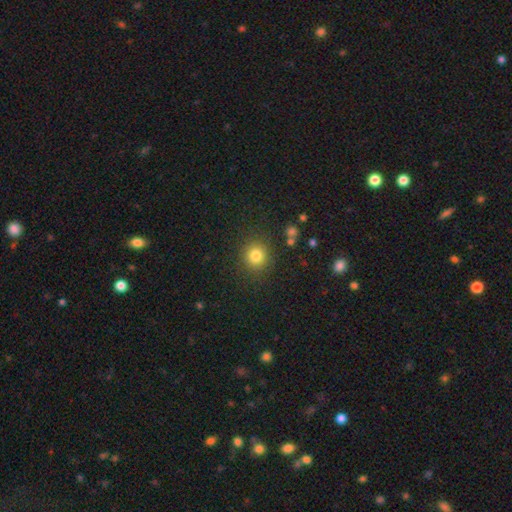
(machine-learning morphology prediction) Smooth or featured?
  - smooth: 81% *
  - star or artifact: 13%
  - featured or disk: 6%
How rounded?
  - round: 88% *
  - in between: 11%
  - cigar-shaped: 1%
Merging?
  - none: 87% *
  - minor disturbance: 8%
  - major disturbance: 3%
  - merger: 2%